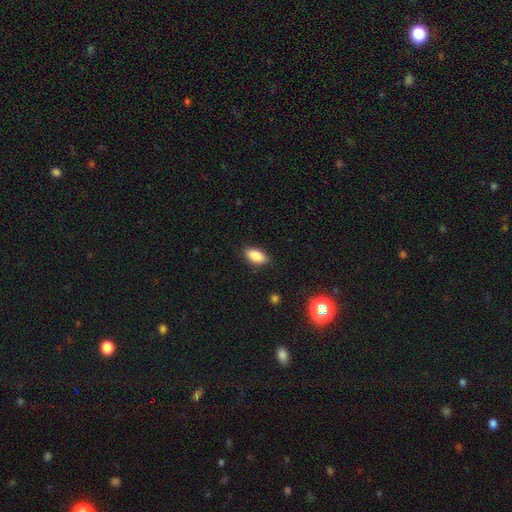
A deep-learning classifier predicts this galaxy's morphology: The model was most divided on "merging": none: 84%, minor disturbance: 12%, major disturbance: 3%, merger: 1%. More confident: how rounded — in between (90%); smooth or featured — smooth (87%).